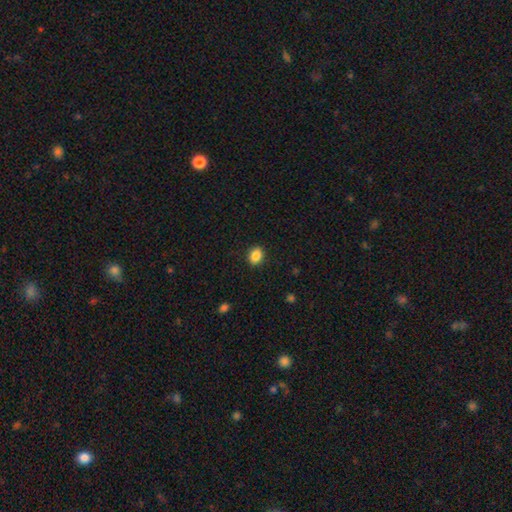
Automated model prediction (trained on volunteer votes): Overall: smooth (87%). How rounded: in between (61%; round 38%). Merging: none (89%).